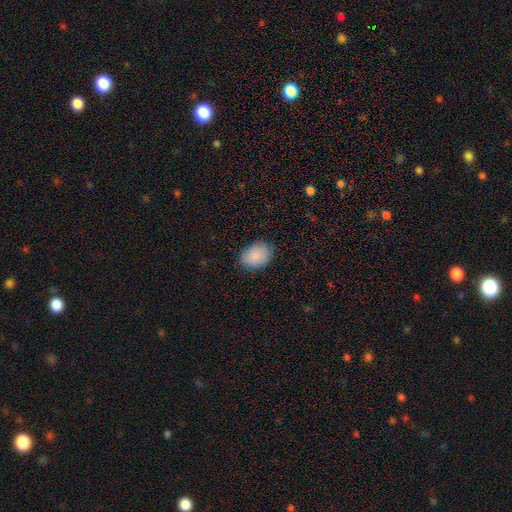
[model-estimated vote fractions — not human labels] Smooth or featured? smooth (88%)
How rounded? in between (69%)
Merging? none (84%)